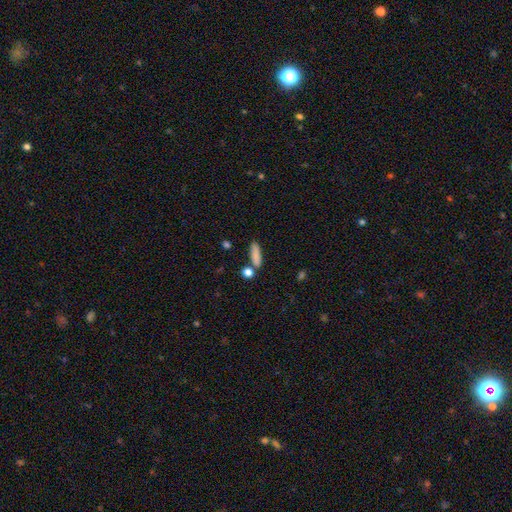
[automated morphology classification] This appears to be a smooth galaxy with no disk features (84%) that is cigar-shaped (50%). Merging: none (70%).